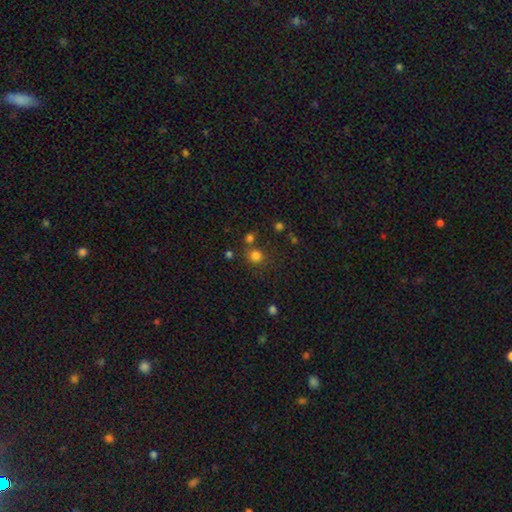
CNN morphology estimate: smooth_or_featured: smooth (p=0.78) [alt: star or artifact p=0.16]
how_rounded: round (p=0.86) [alt: in between p=0.13]
merging: none (p=0.73) [alt: merger p=0.14]